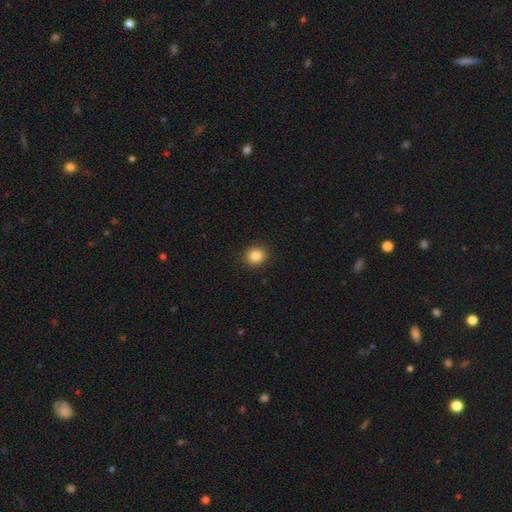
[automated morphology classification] smooth 85%, star or artifact 10%, featured or disk 4%. Down the decision tree: how rounded — round (81%); merging — none (91%).